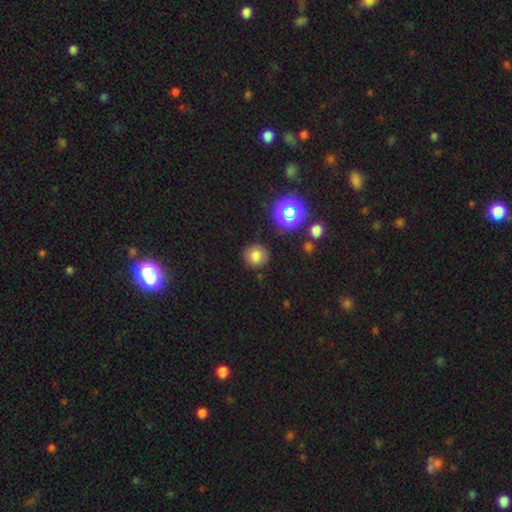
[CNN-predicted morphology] This is likely a smooth galaxy (76%). How rounded: clearly round (91%). Merging: clearly none (87%).